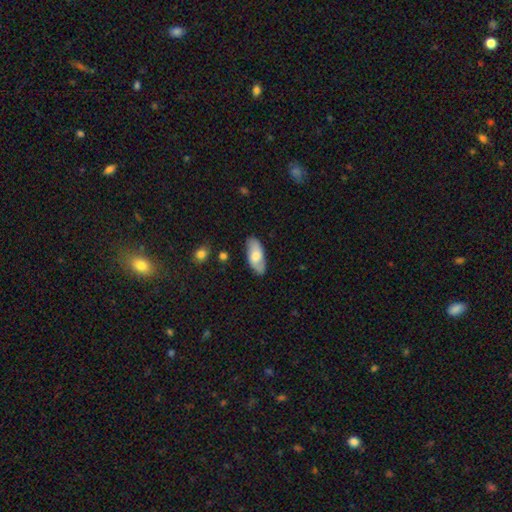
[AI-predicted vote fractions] smooth 64%, featured or disk 30%, star or artifact 6%. Down the decision tree: how rounded — in between (86%); merging — none (81%).